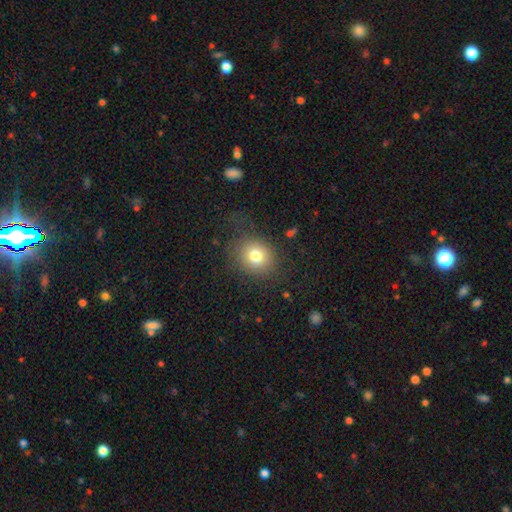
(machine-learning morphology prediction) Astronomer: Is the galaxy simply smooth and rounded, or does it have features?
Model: smooth — 77%.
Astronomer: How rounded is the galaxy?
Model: round — 72%.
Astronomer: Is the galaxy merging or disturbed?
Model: none — 76%.